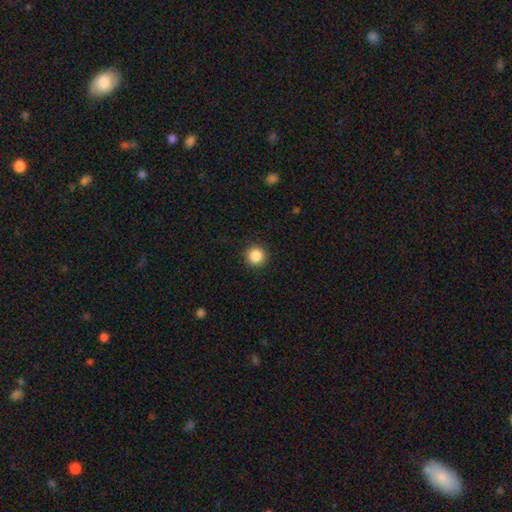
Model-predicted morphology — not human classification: smooth_or_featured: smooth (p=0.87) [alt: star or artifact p=0.10]
how_rounded: round (p=0.95) [alt: in between p=0.04]
merging: none (p=0.92) [alt: minor disturbance p=0.05]